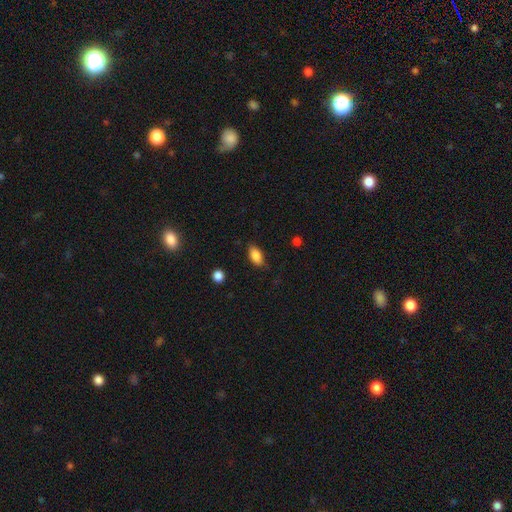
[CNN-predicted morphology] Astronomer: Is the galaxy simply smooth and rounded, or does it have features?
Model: smooth — 85%.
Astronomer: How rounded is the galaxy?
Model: in between — 89%.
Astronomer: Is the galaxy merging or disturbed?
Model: none — 81%.